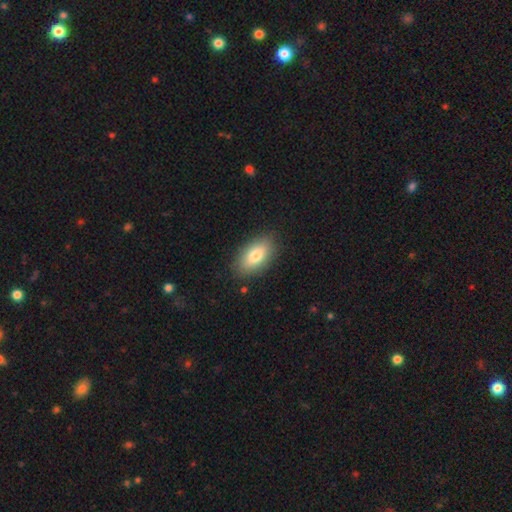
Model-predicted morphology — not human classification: smooth-or-featured: smooth: 78% | featured or disk: 15% | star or artifact: 7%
  how-rounded: in between: 89% | cigar-shaped: 6% | round: 4%
  merging: none: 86% | minor disturbance: 10% | major disturbance: 3% | merger: 1%